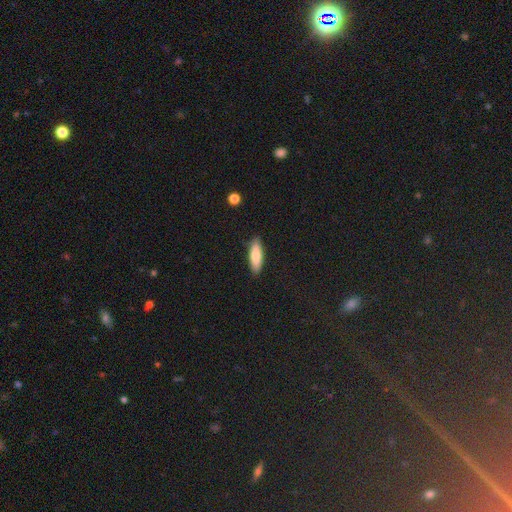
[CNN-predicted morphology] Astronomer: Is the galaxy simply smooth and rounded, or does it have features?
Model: smooth — 79%.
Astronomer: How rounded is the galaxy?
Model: cigar-shaped — 50% (runner-up: in between, 48%).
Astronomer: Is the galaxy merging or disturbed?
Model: none — 87%.